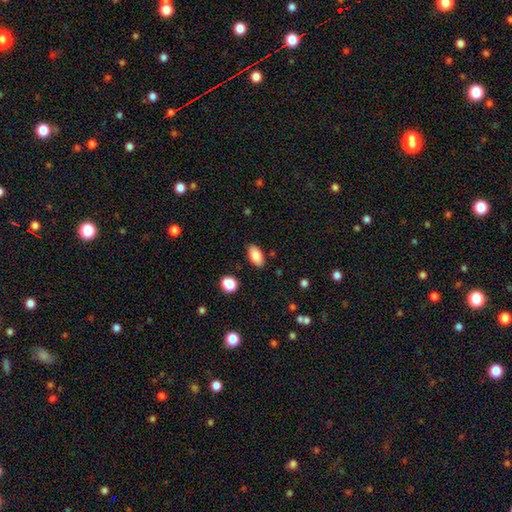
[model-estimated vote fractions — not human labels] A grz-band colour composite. It shows a smooth galaxy with no disk features (85%) that is in between round and cigar-shaped (92%). Merging: none (86%).